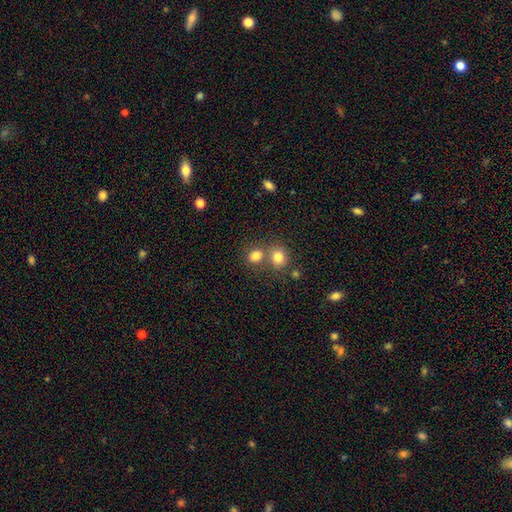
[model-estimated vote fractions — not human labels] This appears to be a smooth galaxy with no disk features (80%) that is round (69%). Merging: none (52%).